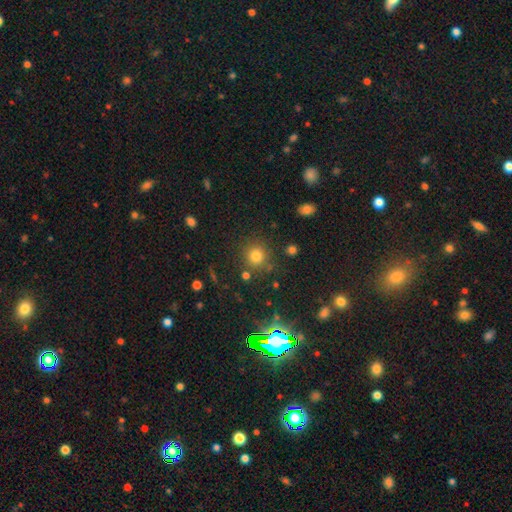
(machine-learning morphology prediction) Smooth or featured? smooth (75%)
How rounded? round (91%)
Merging? none (80%)